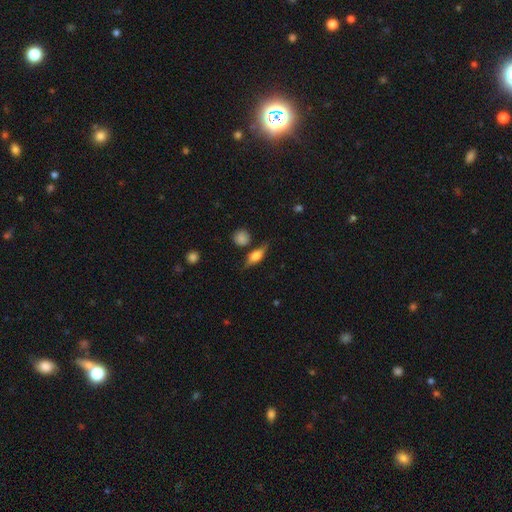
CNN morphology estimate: The model was most divided on "smooth or featured": featured or disk: 47%, smooth: 45%, star or artifact: 8%. More confident: merging — none (72%).